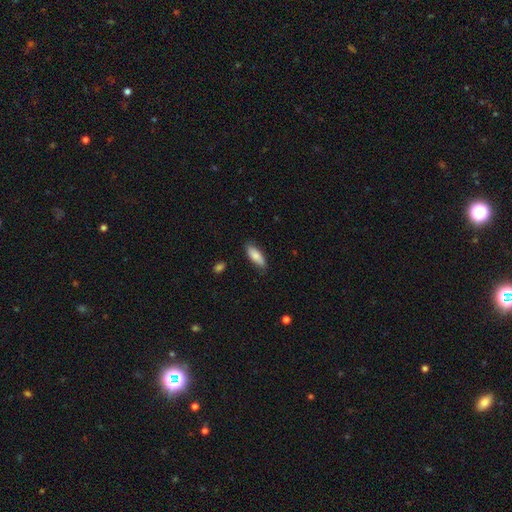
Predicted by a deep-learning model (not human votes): A smooth galaxy with no disk features (84%) that is in between round and cigar-shaped (71%).

Vote fractions:
- Smooth or featured? smooth: 84% / featured or disk: 10% / star or artifact: 6%
- How rounded? in between: 71% / cigar-shaped: 27% / round: 2%
- Merging? none: 78% / minor disturbance: 17% / major disturbance: 3% / merger: 1%